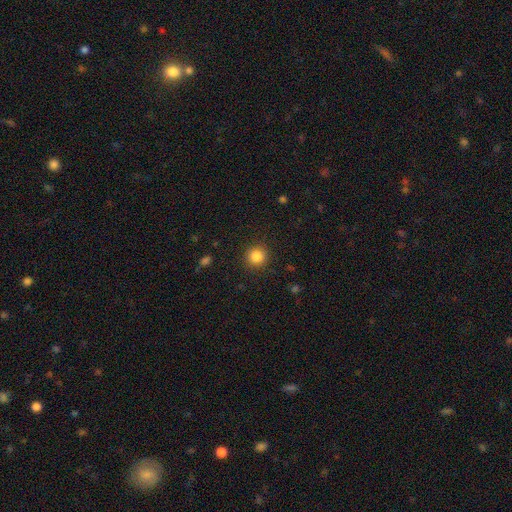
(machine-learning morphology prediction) smooth-or-featured: smooth: 85% | star or artifact: 11% | featured or disk: 4%
  how-rounded: round: 94% | in between: 5% | cigar-shaped: 1%
  merging: none: 91% | minor disturbance: 6% | major disturbance: 3% | merger: 1%